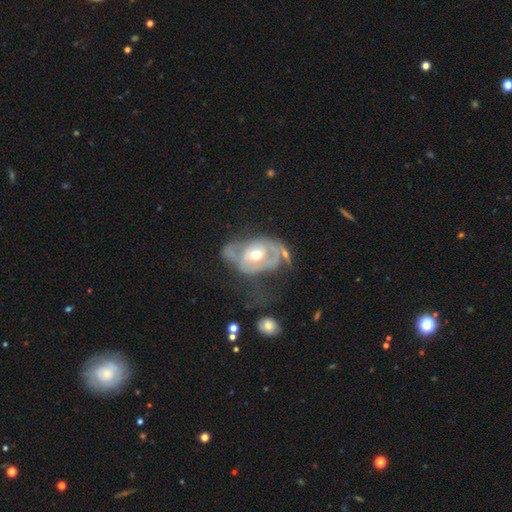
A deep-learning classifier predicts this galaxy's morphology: This appears to be a featured or disk galaxy (69%) with no bar (70%), spiral arms (52%) and a moderate central bulge (71%). Merging: major disturbance (44%).